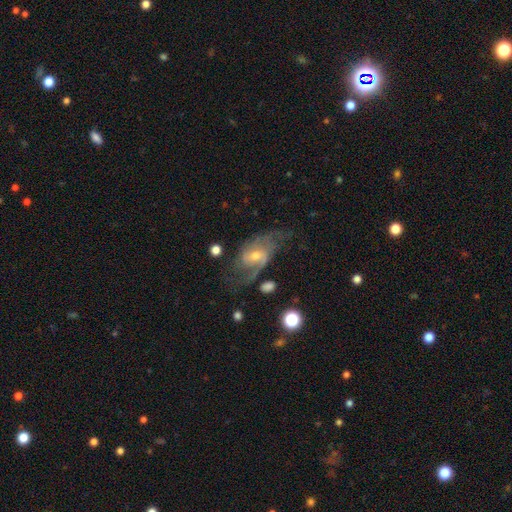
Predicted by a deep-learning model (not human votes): Overall: featured or disk (82%). Edge-on disk: no (95%). Bar: weak (45%; no 42%). Spiral arms: yes (92%). Spiral arm count: 2 (70%). Spiral winding: medium (45%; loose 38%). Bulge size: small (51%; moderate 44%). Merging: none (53%; major disturbance 22%).